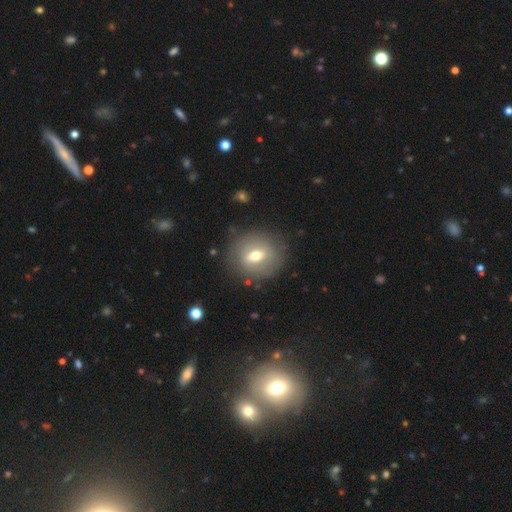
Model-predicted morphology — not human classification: The model was most divided on "smooth or featured": featured or disk: 47%, smooth: 45%, star or artifact: 8%. More confident: merging — none (81%).